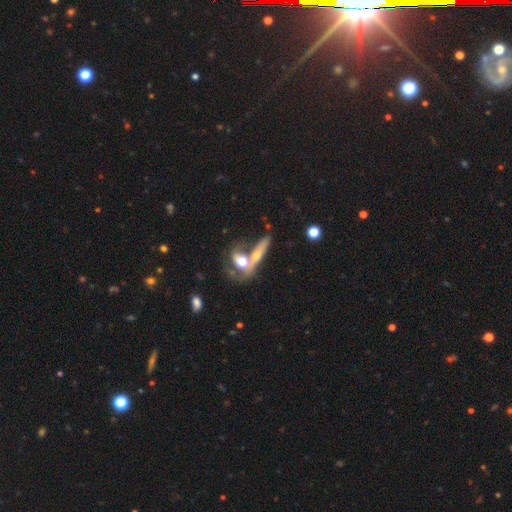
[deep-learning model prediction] Smooth or featured? featured or disk (53%)
Edge-on disk? no (55%)
Merging? merger (63%)